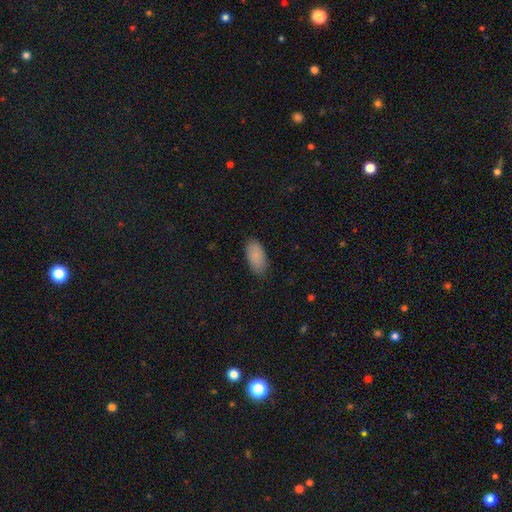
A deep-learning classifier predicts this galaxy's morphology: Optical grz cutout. It shows a smooth galaxy with no disk features (87%) that is in between round and cigar-shaped (93%). Merging: none (83%).